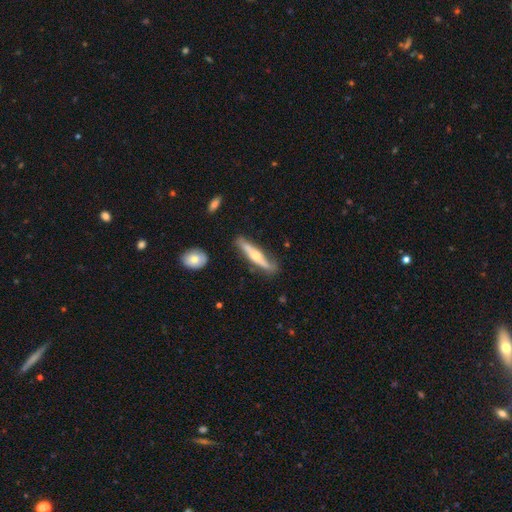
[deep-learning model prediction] The model was most divided on "smooth or featured": featured or disk: 59%, smooth: 35%, star or artifact: 5%. More confident: edge-on bulge — rounded (89%); edge-on disk — yes (87%); merging — none (74%).